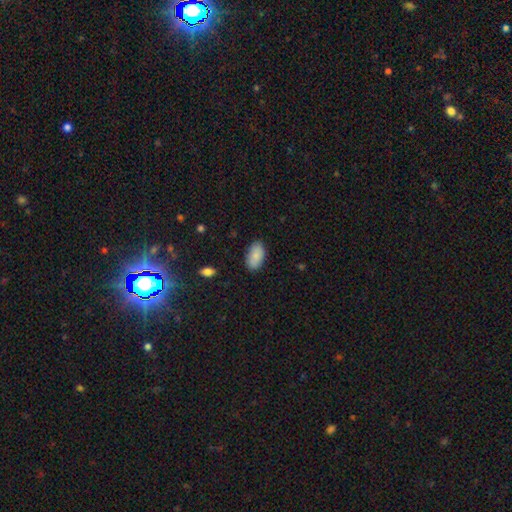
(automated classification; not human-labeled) A smooth galaxy with no disk features (86%) that is in between round and cigar-shaped (95%). Merging: none (85%).